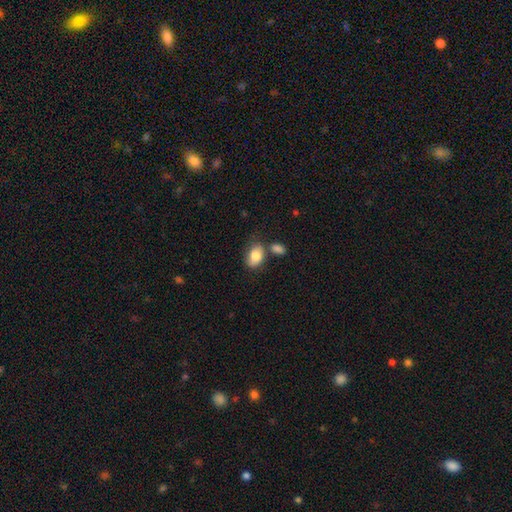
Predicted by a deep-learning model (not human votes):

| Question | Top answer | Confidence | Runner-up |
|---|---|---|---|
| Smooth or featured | smooth | 81% | featured or disk (12%) |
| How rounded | in between | 88% | round (11%) |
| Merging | none | 51% | merger (22%) |